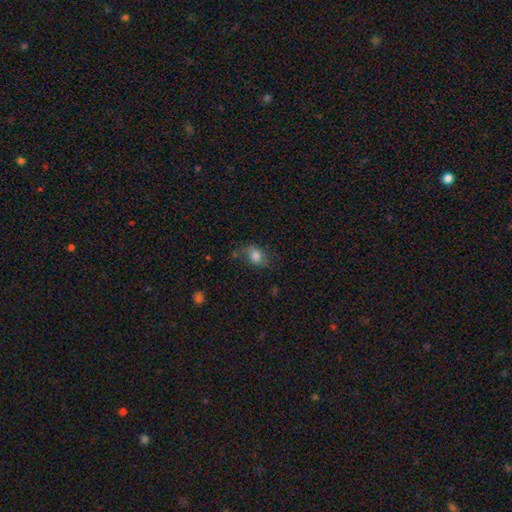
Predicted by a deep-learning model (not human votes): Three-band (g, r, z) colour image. It shows a smooth galaxy with no disk features (76%) that is in between round and cigar-shaped (62%). Merging: none (57%).